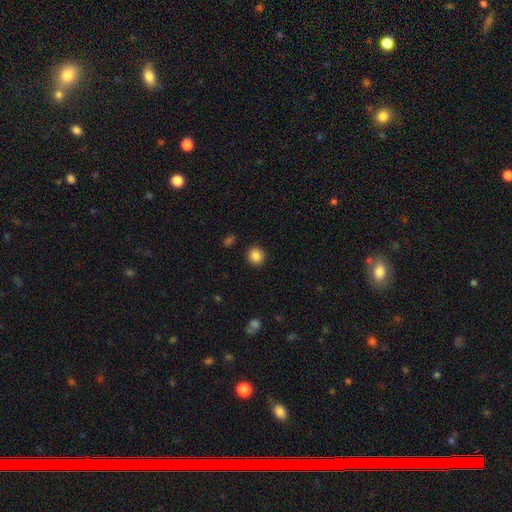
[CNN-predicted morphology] A smooth galaxy with no disk features (86%) that is round (88%).

Vote fractions:
- Smooth or featured? smooth: 86% / star or artifact: 10% / featured or disk: 4%
- How rounded? round: 88% / in between: 11% / cigar-shaped: 1%
- Merging? none: 91% / minor disturbance: 6% / major disturbance: 2% / merger: 1%